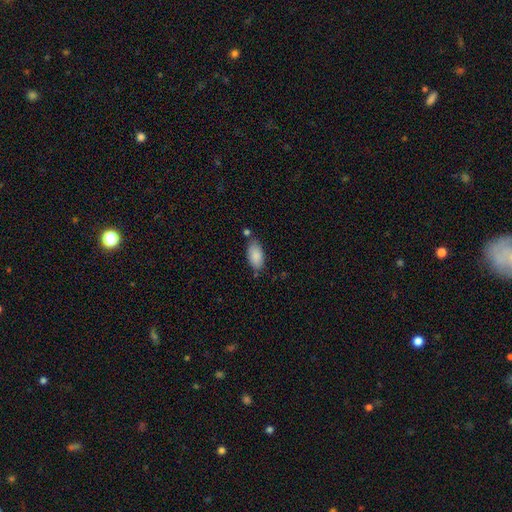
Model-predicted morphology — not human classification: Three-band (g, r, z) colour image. It shows a smooth galaxy with no disk features (87%) that is in between round and cigar-shaped (93%). Merging: none (70%).